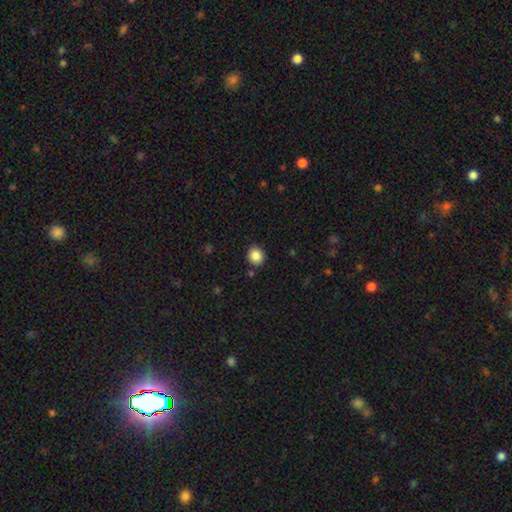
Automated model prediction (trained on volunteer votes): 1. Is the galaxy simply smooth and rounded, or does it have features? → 87% smooth, 9% star or artifact, 4% featured or disk.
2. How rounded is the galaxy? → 82% round, 17% in between, 1% cigar-shaped.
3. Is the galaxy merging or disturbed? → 87% none, 8% minor disturbance, 3% merger, 2% major disturbance.